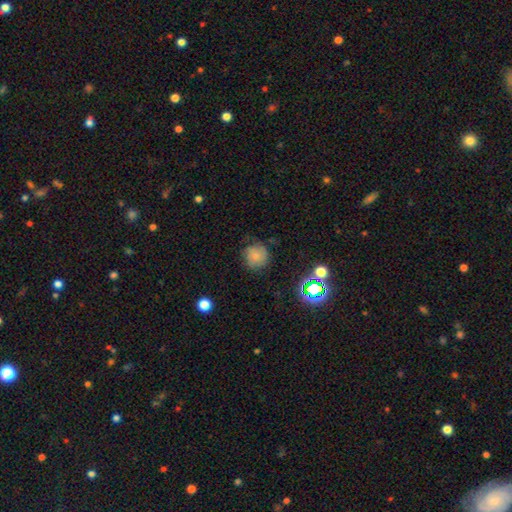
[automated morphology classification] Smooth or featured?
  - smooth: 73% *
  - star or artifact: 14%
  - featured or disk: 13%
How rounded?
  - round: 91% *
  - in between: 8%
  - cigar-shaped: 1%
Merging?
  - none: 74% *
  - minor disturbance: 19%
  - major disturbance: 5%
  - merger: 2%